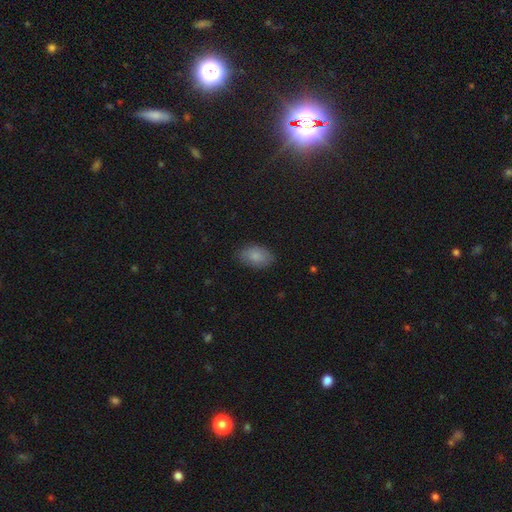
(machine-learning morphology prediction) Q: Smooth or featured?
A: smooth (85%); runner-up: featured or disk (8%)
Q: How rounded?
A: in between (90%); runner-up: round (9%)
Q: Merging?
A: none (81%); runner-up: minor disturbance (15%)